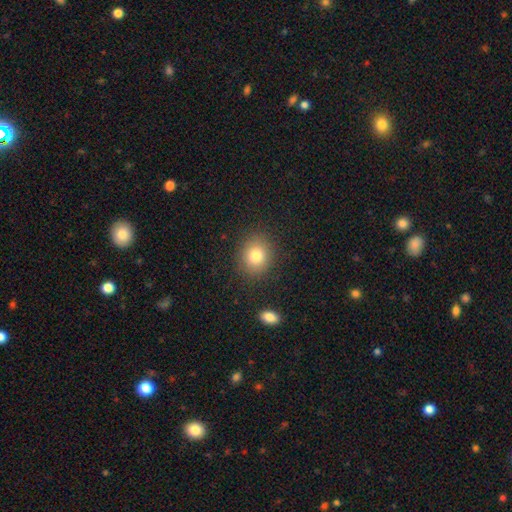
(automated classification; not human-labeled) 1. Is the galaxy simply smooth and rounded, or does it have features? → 80% smooth, 11% star or artifact, 9% featured or disk.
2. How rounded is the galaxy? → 70% round, 29% in between, 1% cigar-shaped.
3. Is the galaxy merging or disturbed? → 87% none, 8% minor disturbance, 3% major disturbance, 2% merger.